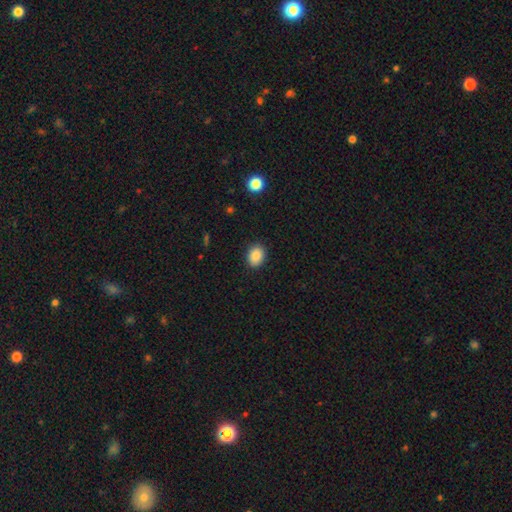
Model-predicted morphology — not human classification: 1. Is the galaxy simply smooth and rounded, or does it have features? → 88% smooth, 8% star or artifact, 4% featured or disk.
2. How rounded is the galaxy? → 63% in between, 36% round, 1% cigar-shaped.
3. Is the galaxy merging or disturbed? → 89% none, 8% minor disturbance, 2% major disturbance, 1% merger.